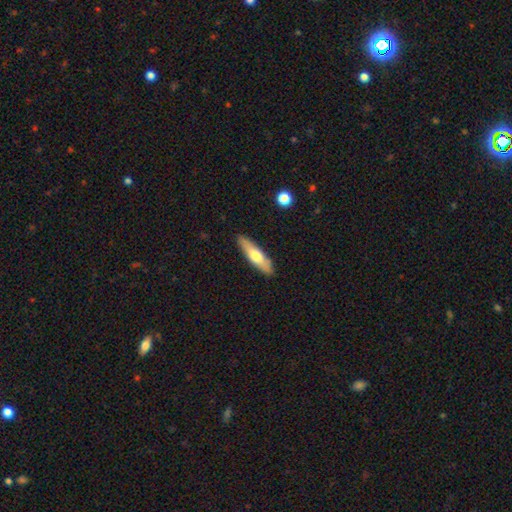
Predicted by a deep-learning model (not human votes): Morphology: type=smooth (58%); roundness=cigar-shaped (68%); merging=none (87%).